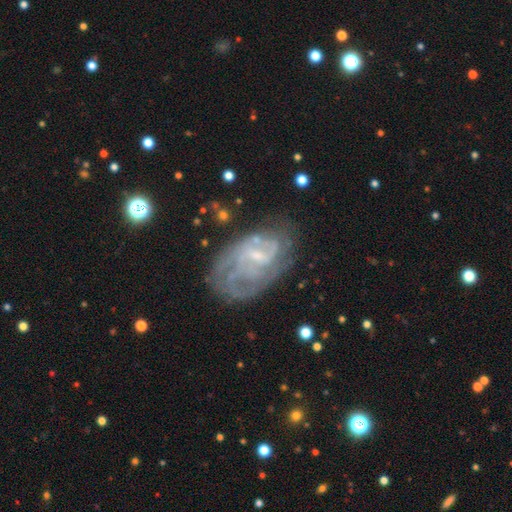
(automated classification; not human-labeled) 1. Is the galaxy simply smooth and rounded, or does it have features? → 75% featured or disk, 16% smooth, 8% star or artifact.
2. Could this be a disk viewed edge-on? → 97% no, 3% yes.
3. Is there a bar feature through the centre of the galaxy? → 50% weak, 38% no, 11% strong.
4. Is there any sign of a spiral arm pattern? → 79% yes, 21% no.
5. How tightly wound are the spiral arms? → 46% tight, 36% medium, 18% loose.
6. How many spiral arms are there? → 51% can't tell, 17% 2, 13% 3, 8% 4, 6% 1, 4% more than 4.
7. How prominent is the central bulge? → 59% small, 20% none, 18% moderate, 1% large, 1% dominant.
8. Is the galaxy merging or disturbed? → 54% none, 24% minor disturbance, 19% major disturbance, 3% merger.